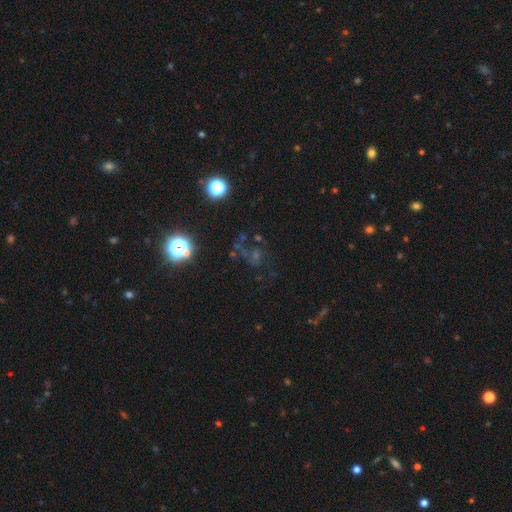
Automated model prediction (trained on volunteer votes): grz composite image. It shows a star or artifact, not a galaxy (51%).